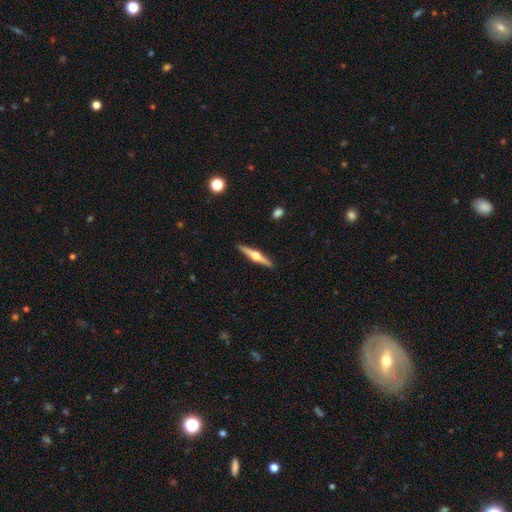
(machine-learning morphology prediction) Overall: featured or disk (76%). Edge-on disk: yes (98%). Edge-on bulge: rounded (95%). Merging: none (91%).